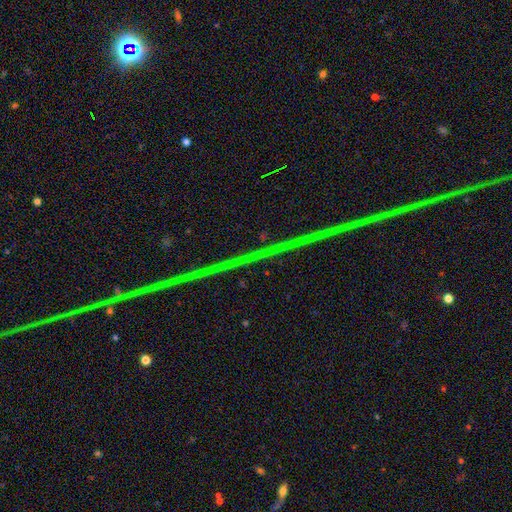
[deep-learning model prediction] Smooth or featured: star or artifact — 88% (featured or disk — 7%)